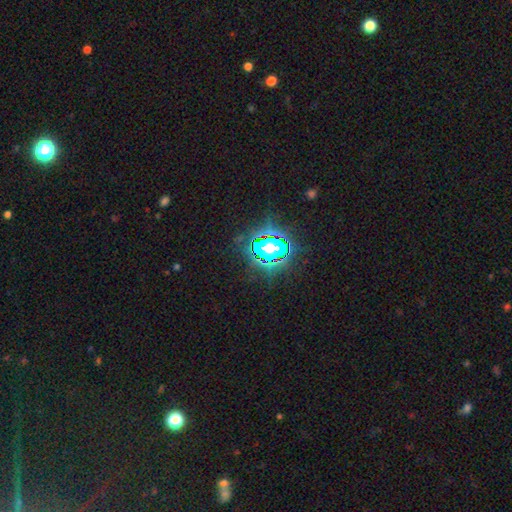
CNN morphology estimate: Smooth or featured? star or artifact (80%)